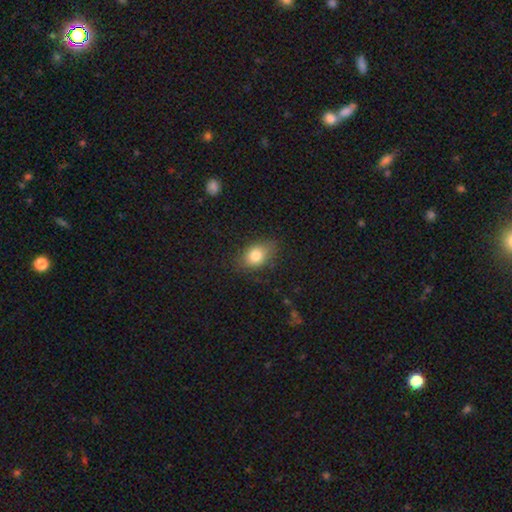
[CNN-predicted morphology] A smooth galaxy with no disk features (81%) that is in between round and cigar-shaped (78%).

Vote fractions:
- Smooth or featured? smooth: 81% / featured or disk: 10% / star or artifact: 9%
- How rounded? in between: 78% / round: 20% / cigar-shaped: 2%
- Merging? none: 78% / minor disturbance: 17% / major disturbance: 4% / merger: 1%